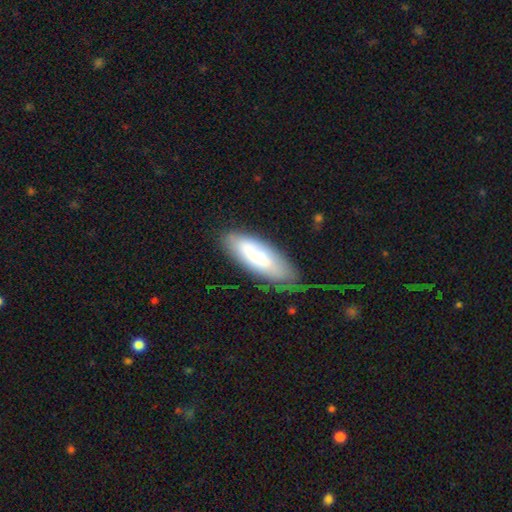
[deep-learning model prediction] Morphology: type=smooth (63%); roundness=in between (64%); merging=none (56%).